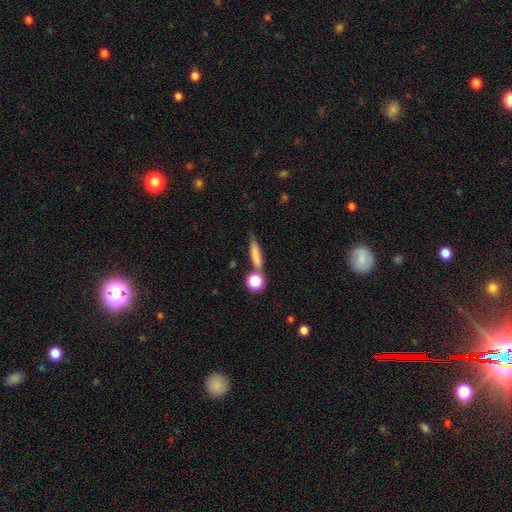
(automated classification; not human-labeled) Smooth or featured: smooth — 74% (featured or disk — 16%)
How rounded: cigar-shaped — 64% (in between — 23%)
Merging: none — 61% (minor disturbance — 17%)